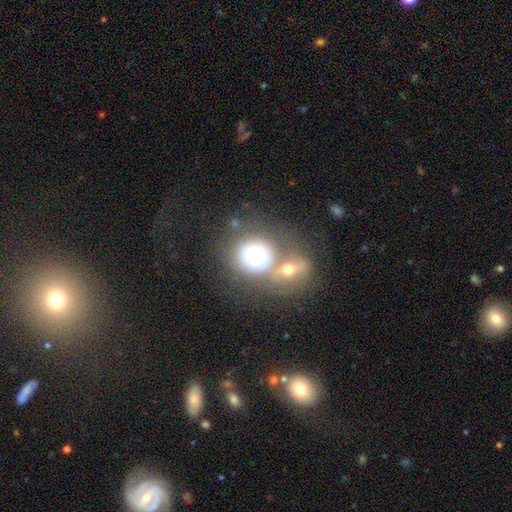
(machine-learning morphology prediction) type=smooth (65%); roundness=round (82%); merging=merger (49%).